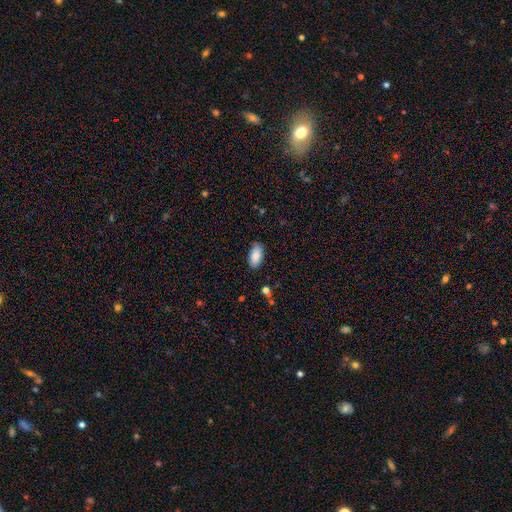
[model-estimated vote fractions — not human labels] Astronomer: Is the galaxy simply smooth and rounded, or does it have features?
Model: smooth — 88%.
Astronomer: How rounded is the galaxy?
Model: in between — 93%.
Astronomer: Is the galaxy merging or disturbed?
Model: none — 87%.